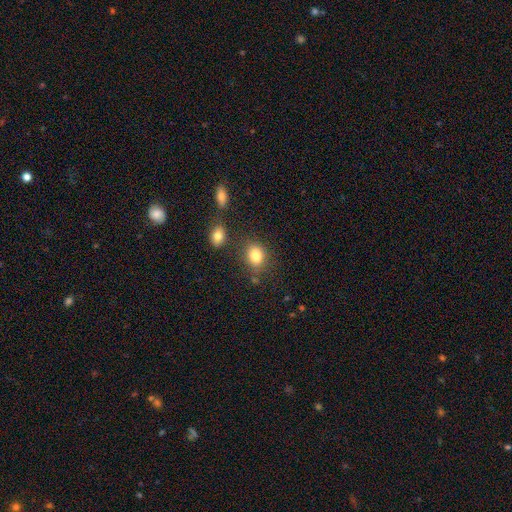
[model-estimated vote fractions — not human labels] Smooth or featured?
  - smooth: 83% *
  - star or artifact: 10%
  - featured or disk: 7%
How rounded?
  - in between: 56% *
  - round: 43%
  - cigar-shaped: 1%
Merging?
  - none: 74% *
  - minor disturbance: 14%
  - merger: 8%
  - major disturbance: 4%